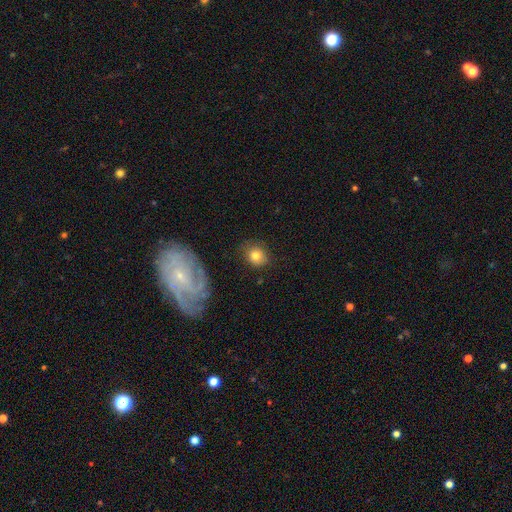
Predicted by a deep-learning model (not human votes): Smooth or featured? Predicted: smooth (p=0.77). How rounded? Predicted: round (p=0.78). Merging? Predicted: none (p=0.80).